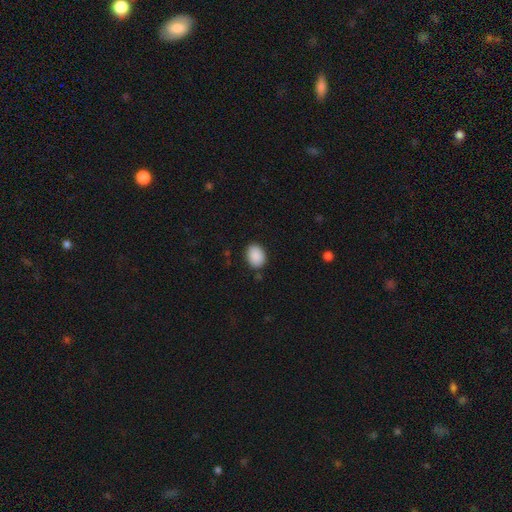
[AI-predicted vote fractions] Smooth or featured?
  - smooth: 90% *
  - star or artifact: 7%
  - featured or disk: 3%
How rounded?
  - in between: 73% *
  - round: 26%
  - cigar-shaped: 1%
Merging?
  - none: 85% *
  - minor disturbance: 11%
  - major disturbance: 3%
  - merger: 2%